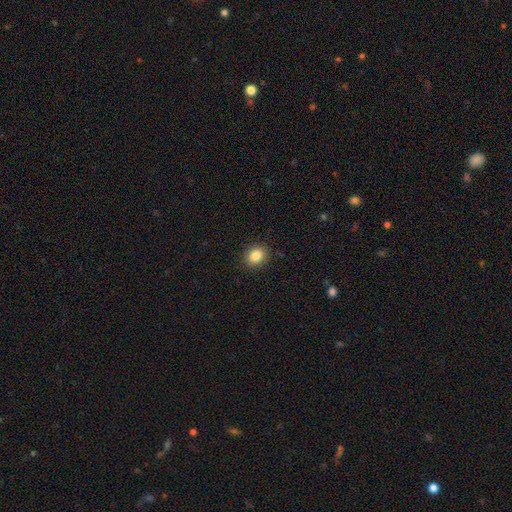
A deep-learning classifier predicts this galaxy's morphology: Smooth or featured? smooth (85%)
How rounded? round (55%)
Merging? none (90%)